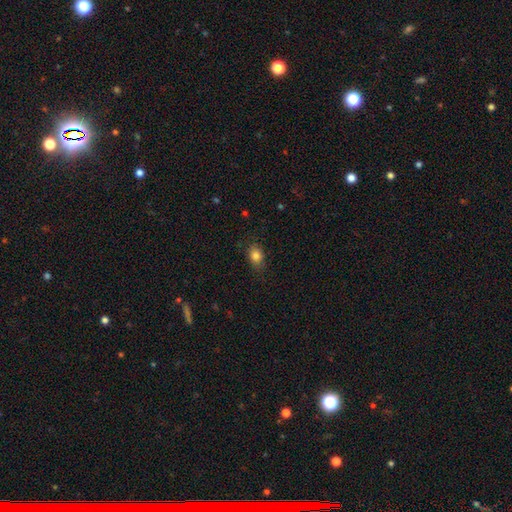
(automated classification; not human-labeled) A smooth galaxy with no disk features (83%) that is in between round and cigar-shaped (70%). Merging: none (80%).